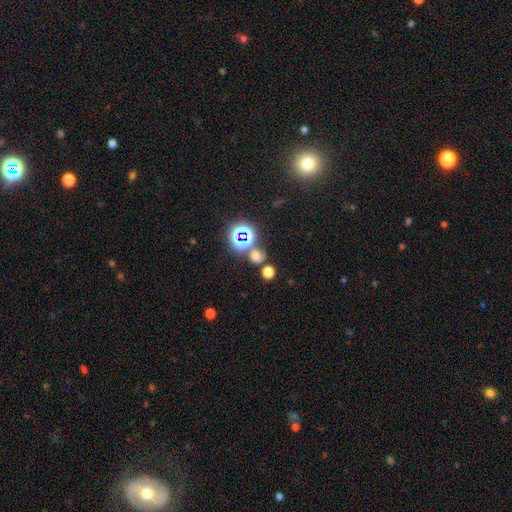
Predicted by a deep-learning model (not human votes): A smooth galaxy with no disk features (49%). Merging: none (62%).